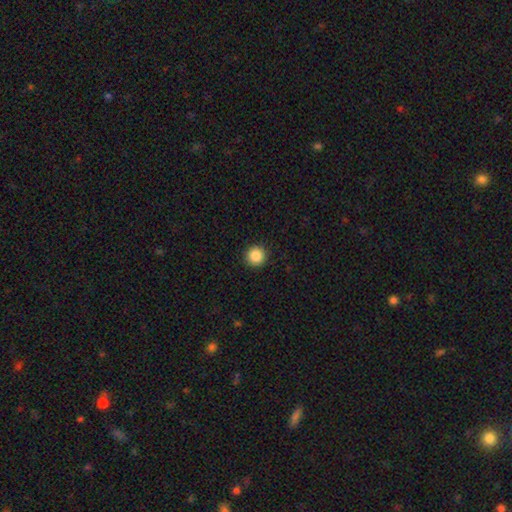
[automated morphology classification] The model was most divided on "smooth or featured": smooth: 88%, star or artifact: 9%, featured or disk: 3%. More confident: how rounded — round (96%); merging — none (92%).